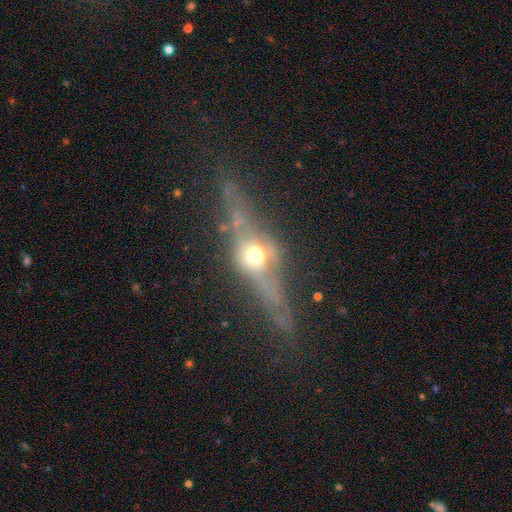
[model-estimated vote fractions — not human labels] This is likely a featured or disk galaxy (73%). It is likely viewed edge-on (79%). Edge-on bulge: clearly rounded (94%). Merging: likely none (66%).